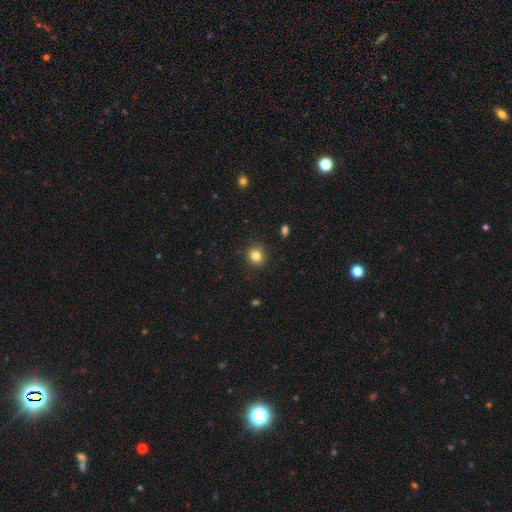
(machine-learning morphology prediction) Smooth or featured?
  - smooth: 83% *
  - star or artifact: 12%
  - featured or disk: 6%
How rounded?
  - round: 85% *
  - in between: 14%
  - cigar-shaped: 1%
Merging?
  - none: 88% *
  - minor disturbance: 8%
  - major disturbance: 2%
  - merger: 1%